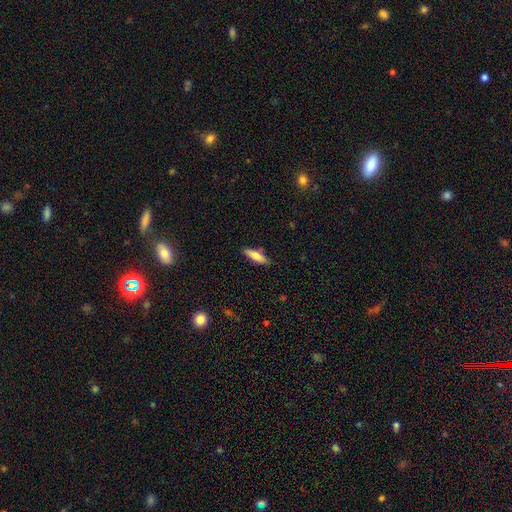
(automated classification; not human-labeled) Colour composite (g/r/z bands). It shows a smooth galaxy with no disk features (69%) that is cigar-shaped (59%). Merging: none (84%).